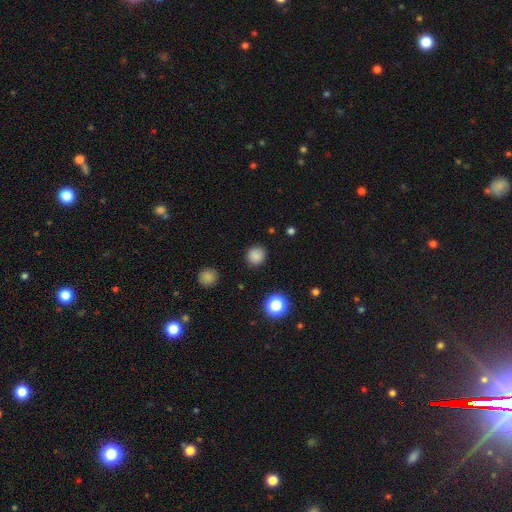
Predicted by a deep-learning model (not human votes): A smooth galaxy with no disk features (84%) that is round (88%).

Vote fractions:
- Smooth or featured? smooth: 84% / star or artifact: 12% / featured or disk: 4%
- How rounded? round: 88% / in between: 11% / cigar-shaped: 1%
- Merging? none: 89% / minor disturbance: 8% / major disturbance: 3% / merger: 1%